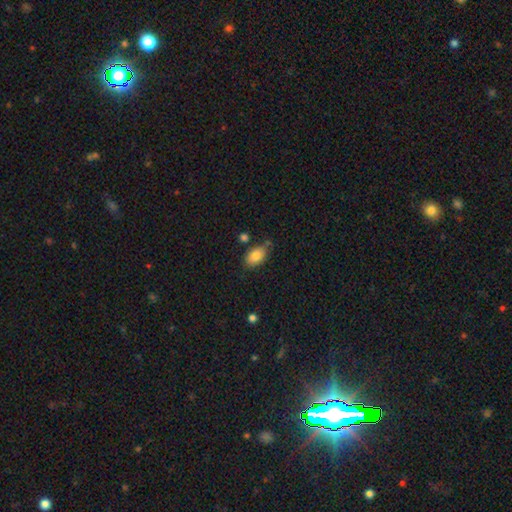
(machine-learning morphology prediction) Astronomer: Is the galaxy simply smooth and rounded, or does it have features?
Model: smooth — 84%.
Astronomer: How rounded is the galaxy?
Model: in between — 89%.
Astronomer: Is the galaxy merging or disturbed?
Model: none — 70%.